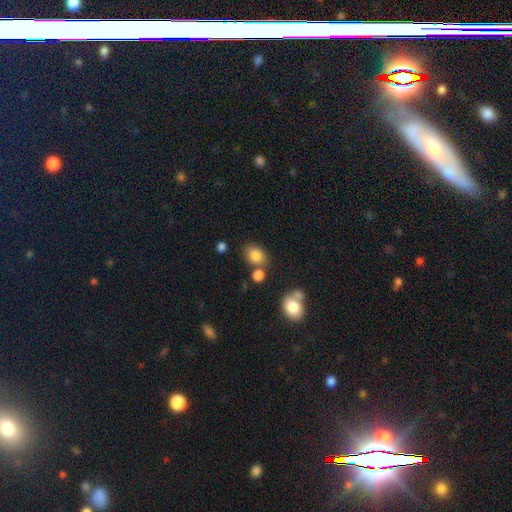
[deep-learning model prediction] A smooth galaxy with no disk features (83%) that is in between round and cigar-shaped (68%).

Vote fractions:
- Smooth or featured? smooth: 83% / star or artifact: 10% / featured or disk: 7%
- How rounded? in between: 68% / round: 31% / cigar-shaped: 1%
- Merging? none: 65% / merger: 16% / minor disturbance: 15% / major disturbance: 5%